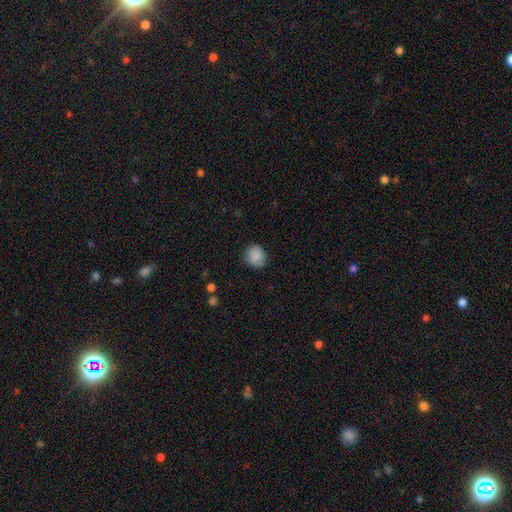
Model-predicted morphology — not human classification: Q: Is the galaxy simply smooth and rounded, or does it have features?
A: smooth — 87%.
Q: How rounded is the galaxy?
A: round — 80%.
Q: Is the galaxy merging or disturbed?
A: none — 81%.